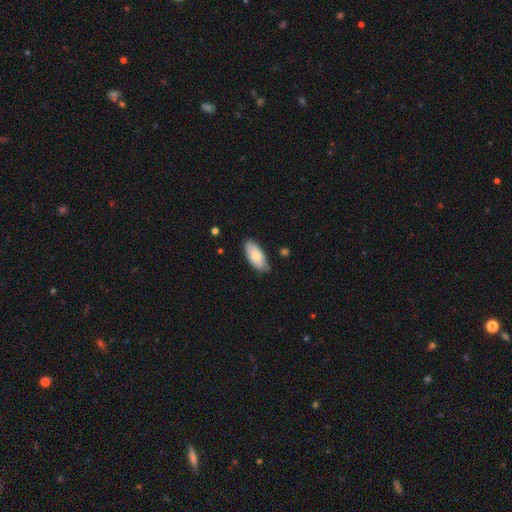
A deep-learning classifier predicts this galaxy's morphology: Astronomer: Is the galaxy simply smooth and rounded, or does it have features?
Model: smooth — 75%.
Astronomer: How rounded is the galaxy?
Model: in between — 91%.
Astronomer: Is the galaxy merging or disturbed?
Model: none — 79%.